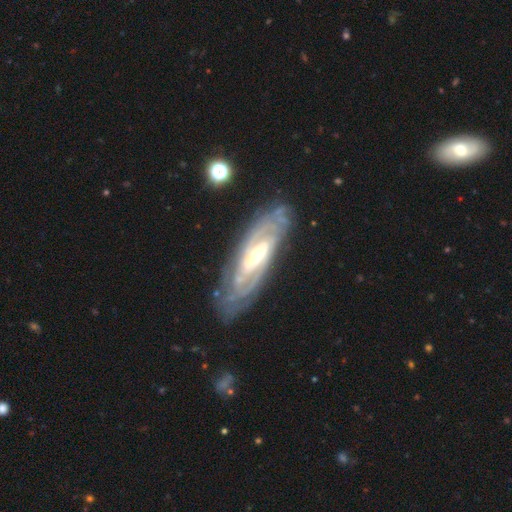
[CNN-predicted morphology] Q: Smooth or featured?
A: featured or disk (87%); runner-up: smooth (8%)
Q: Edge-on disk?
A: no (85%); runner-up: yes (15%)
Q: Bar?
A: weak (38%); runner-up: no (34%)
Q: Spiral arms?
A: yes (93%); runner-up: no (7%)
Q: Spiral winding?
A: tight (71%); runner-up: medium (23%)
Q: Spiral arm count?
A: can't tell (40%); runner-up: 2 (31%)
Q: Bulge size?
A: moderate (51%); runner-up: small (43%)
Q: Merging?
A: none (80%); runner-up: minor disturbance (14%)